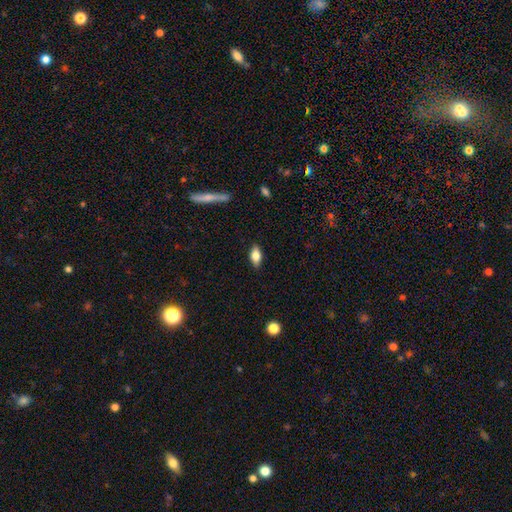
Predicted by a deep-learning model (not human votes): A smooth galaxy with no disk features (75%) that is in between round and cigar-shaped (84%).

Vote fractions:
- Smooth or featured? smooth: 75% / featured or disk: 18% / star or artifact: 7%
- How rounded? in between: 84% / cigar-shaped: 12% / round: 4%
- Merging? none: 86% / minor disturbance: 10% / major disturbance: 2% / merger: 1%